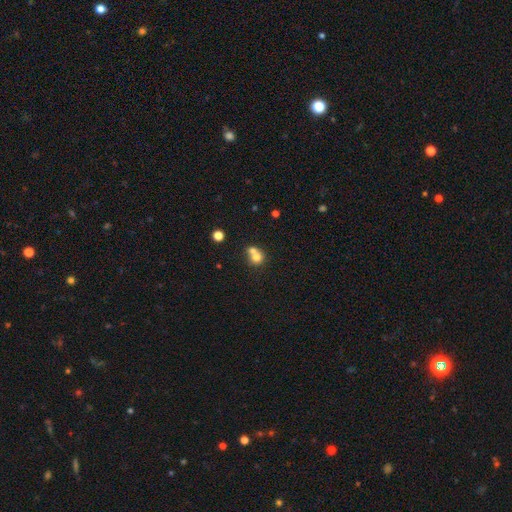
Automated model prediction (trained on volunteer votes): Smooth or featured? Predicted: smooth (p=0.72). How rounded? Predicted: round (p=0.79). Merging? Predicted: merger (p=0.58).